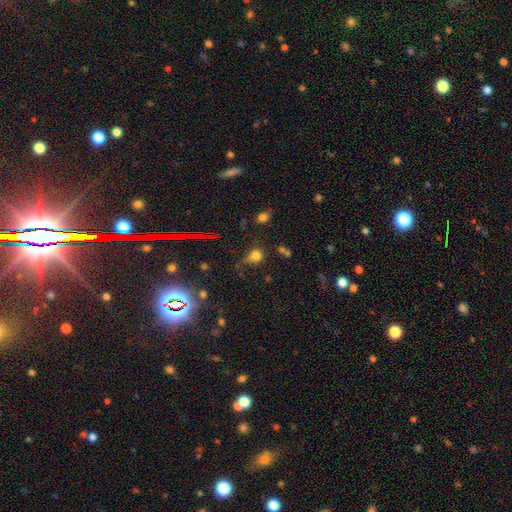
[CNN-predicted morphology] This is likely a smooth galaxy (70%). How rounded: likely round (70%). Merging: possibly none (49%).